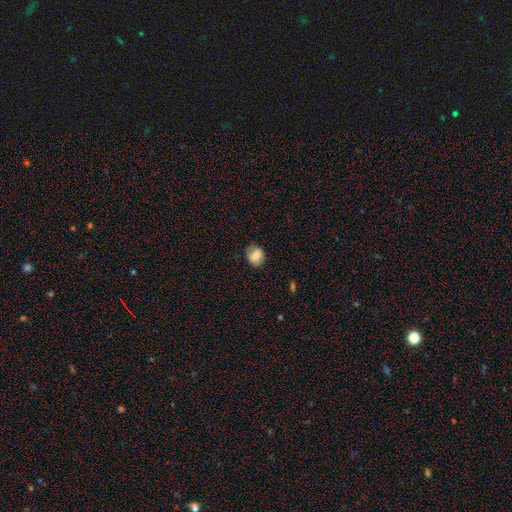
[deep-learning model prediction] smooth_or_featured: smooth (p=0.74) [alt: featured or disk p=0.17]
how_rounded: round (p=0.60) [alt: in between p=0.39]
merging: none (p=0.77) [alt: minor disturbance p=0.17]